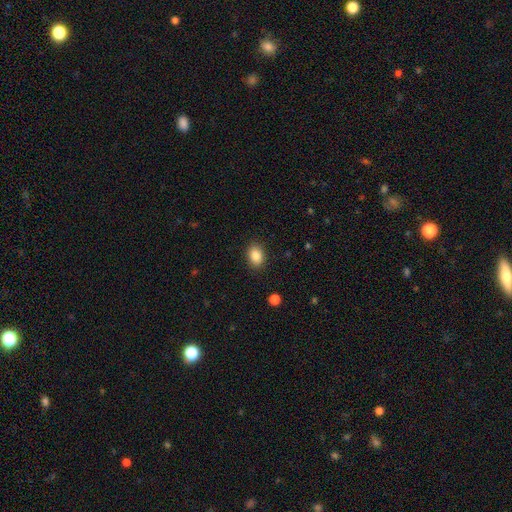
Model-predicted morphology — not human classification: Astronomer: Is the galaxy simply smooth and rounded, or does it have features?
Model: smooth — 85%.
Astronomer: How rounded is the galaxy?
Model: in between — 73%.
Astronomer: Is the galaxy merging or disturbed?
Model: none — 88%.